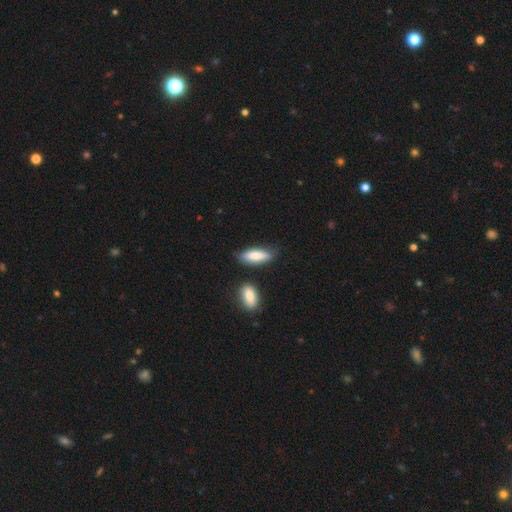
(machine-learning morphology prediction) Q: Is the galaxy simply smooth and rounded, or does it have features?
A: smooth — 79%.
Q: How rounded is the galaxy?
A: in between — 54%.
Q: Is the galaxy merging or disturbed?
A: none — 72%.